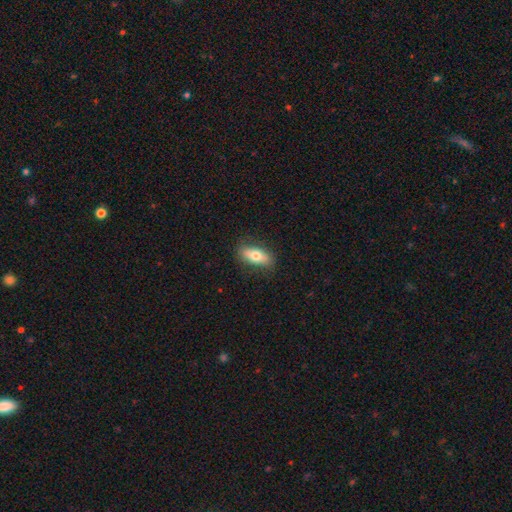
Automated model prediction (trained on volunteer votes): Q: Smooth or featured?
A: smooth (71%); runner-up: featured or disk (22%)
Q: How rounded?
A: in between (80%); runner-up: cigar-shaped (16%)
Q: Merging?
A: none (82%); runner-up: minor disturbance (13%)